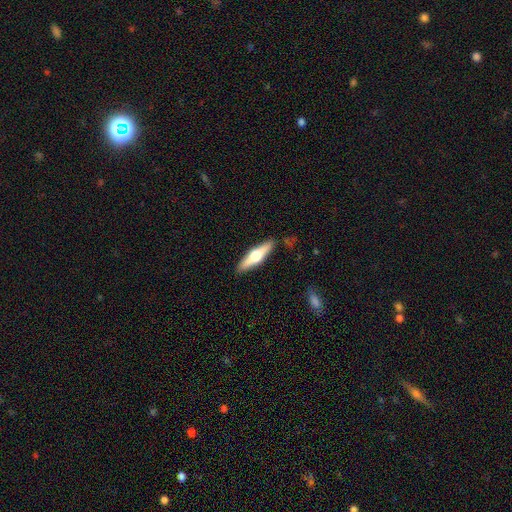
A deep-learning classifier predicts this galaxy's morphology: A featured or disk galaxy (58%) viewed edge-on (94%) with a rounded central bulge (95%).

Vote fractions:
- Smooth or featured? featured or disk: 58% / smooth: 36% / star or artifact: 5%
- Edge-on disk? yes: 94% / no: 6%
- Edge-on bulge? rounded: 95% / boxy: 3% / none: 2%
- Merging? none: 89% / minor disturbance: 8% / major disturbance: 2% / merger: 1%